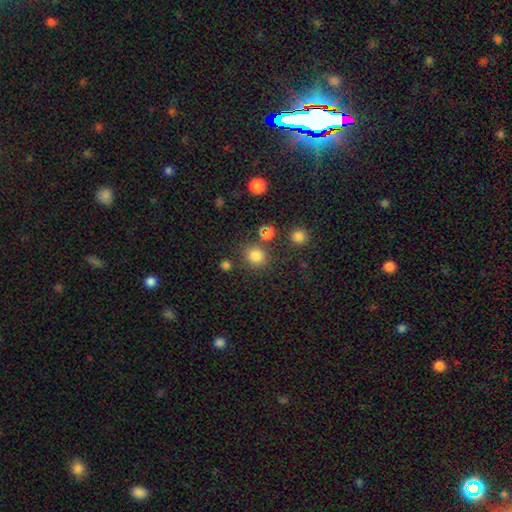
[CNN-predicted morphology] This is likely a smooth galaxy (79%). How rounded: clearly round (83%). Merging: likely none (78%).